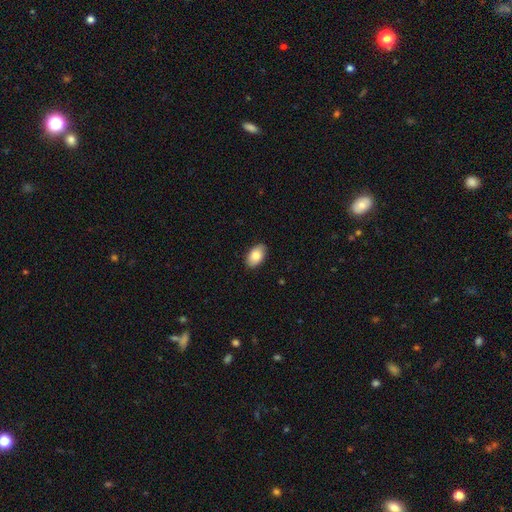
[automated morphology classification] This appears to be a smooth galaxy with no disk features (85%) that is in between round and cigar-shaped (93%). Merging: none (88%).